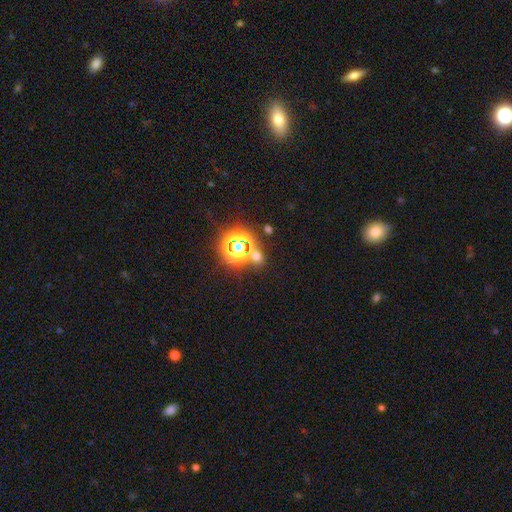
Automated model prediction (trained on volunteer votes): Smooth or featured?
  - star or artifact: 49% *
  - smooth: 43%
  - featured or disk: 8%